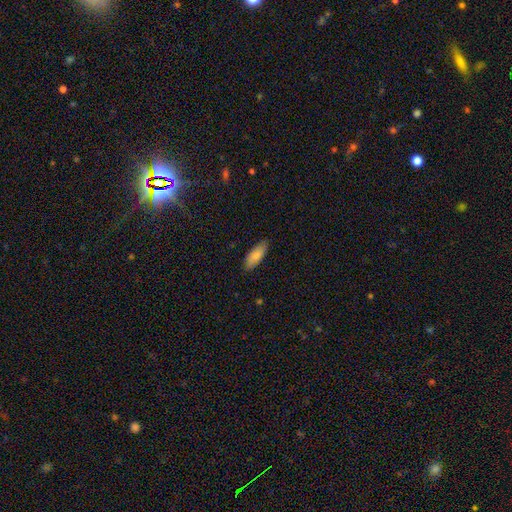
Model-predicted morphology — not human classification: A smooth galaxy with no disk features (83%) that is in between round and cigar-shaped (72%). Merging: none (86%).